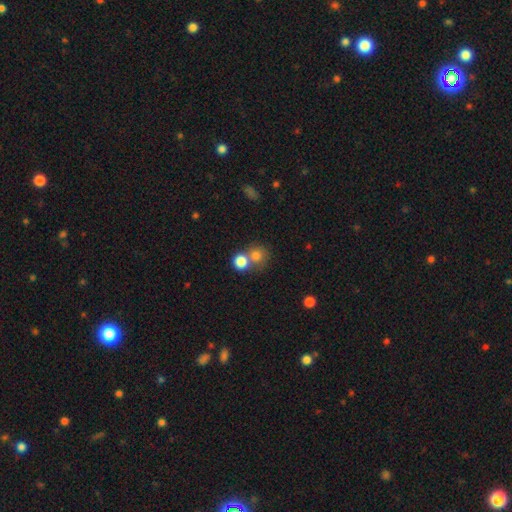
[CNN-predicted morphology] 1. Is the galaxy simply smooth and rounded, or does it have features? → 78% smooth, 13% star or artifact, 9% featured or disk.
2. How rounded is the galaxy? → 85% round, 14% in between, 1% cigar-shaped.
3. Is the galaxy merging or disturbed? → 48% none, 41% merger, 7% minor disturbance, 4% major disturbance.